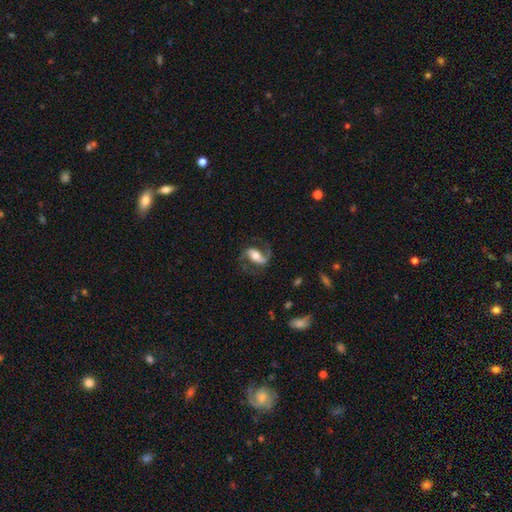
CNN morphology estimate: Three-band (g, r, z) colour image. It shows a featured or disk galaxy (82%) with a strong bar (43%), 2 (89%) medium (45%) spiral arms (95%) and a moderate central bulge (64%). Merging: none (72%).